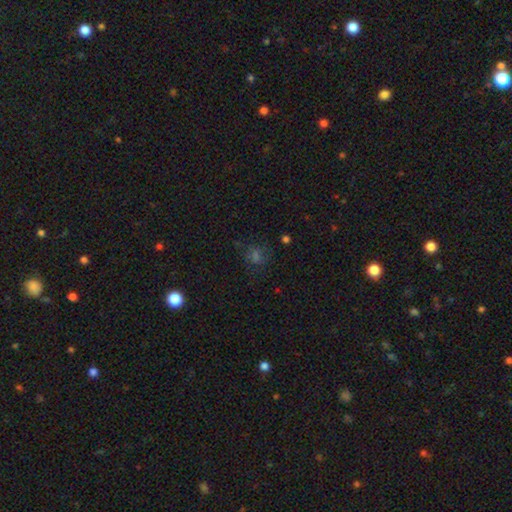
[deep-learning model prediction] smooth 47%, star or artifact 38%, featured or disk 15%. Down the decision tree: merging — none (73%).